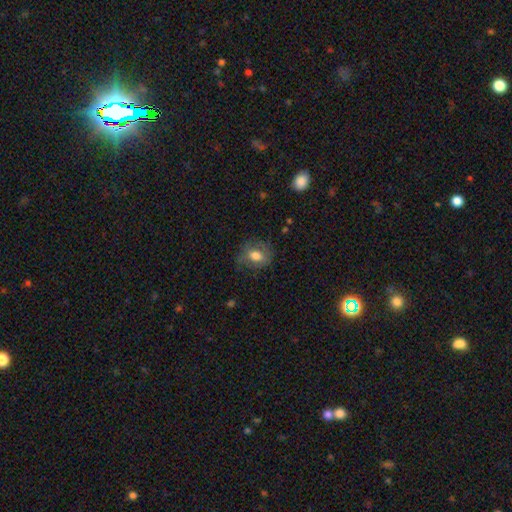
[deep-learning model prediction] Smooth or featured: smooth — 71% (featured or disk — 20%)
How rounded: in between — 58% (round — 40%)
Merging: none — 68% (minor disturbance — 21%)